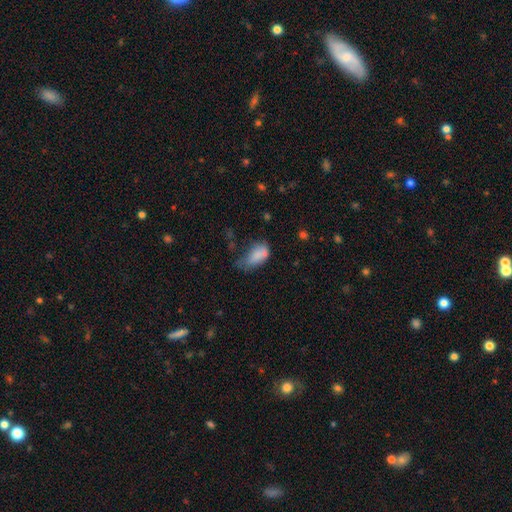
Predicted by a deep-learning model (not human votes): Morphology: type=smooth (77%); roundness=in between (90%); merging=minor disturbance (36%).